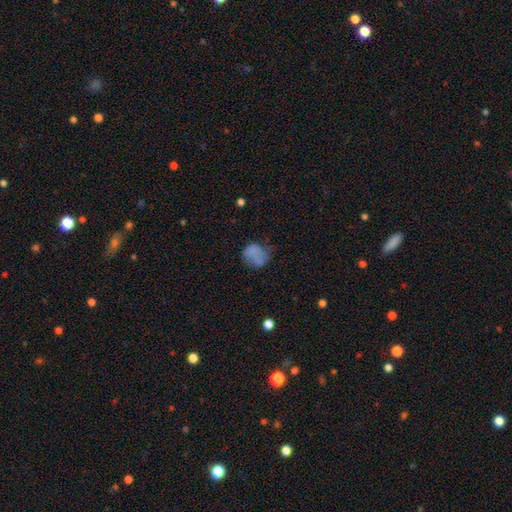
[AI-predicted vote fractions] Morphology: type=smooth (69%); roundness=round (62%); merging=none (47%).